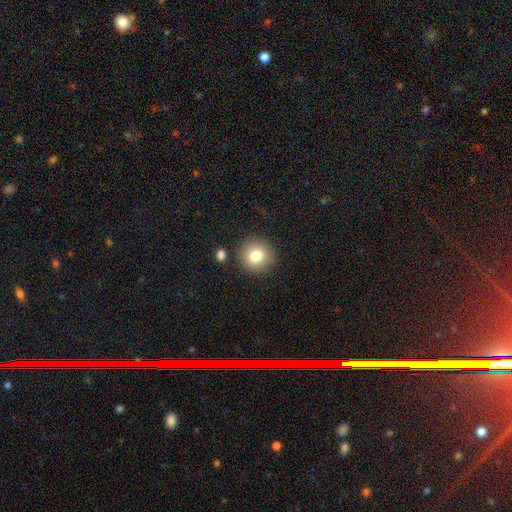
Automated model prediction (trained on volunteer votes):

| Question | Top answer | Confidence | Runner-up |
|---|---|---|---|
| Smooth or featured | smooth | 79% | featured or disk (11%) |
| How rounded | round | 93% | in between (6%) |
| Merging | none | 86% | minor disturbance (7%) |